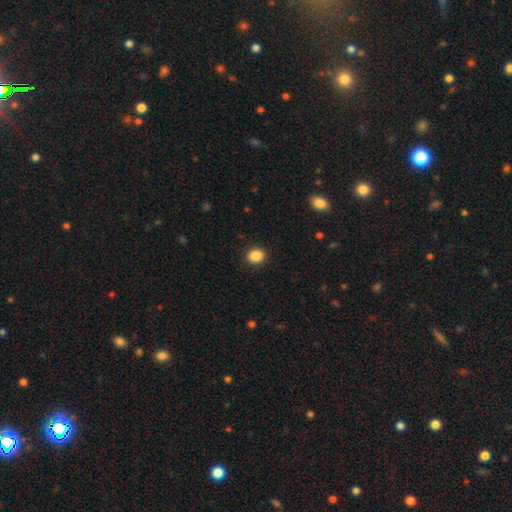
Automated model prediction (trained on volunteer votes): Overall: smooth (87%). How rounded: round (62%; in between 37%). Merging: none (90%).